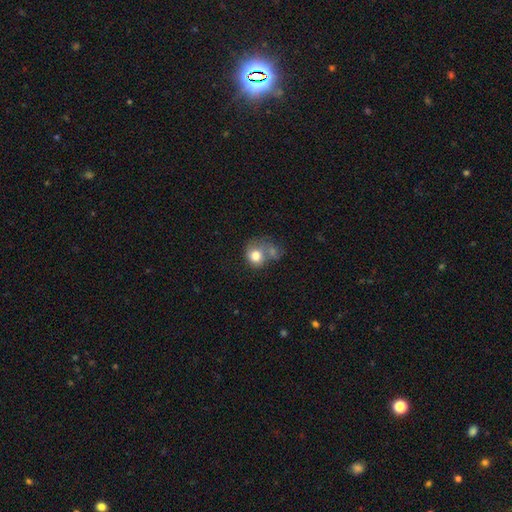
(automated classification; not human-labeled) A smooth galaxy with no disk features (76%) that is round (68%). Merging: merger (50%).